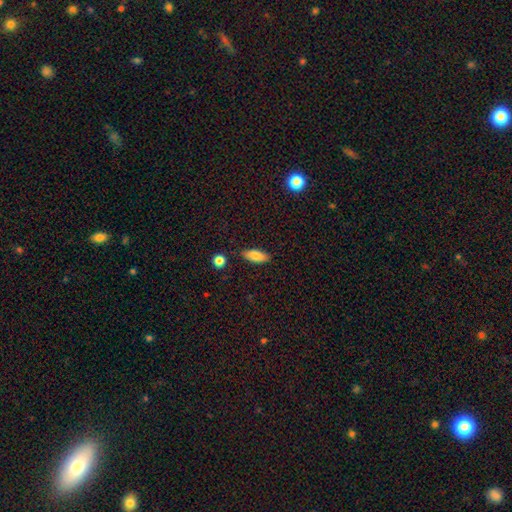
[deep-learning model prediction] This appears to be a smooth galaxy with no disk features (83%) that is in between round and cigar-shaped (78%). Merging: none (85%).